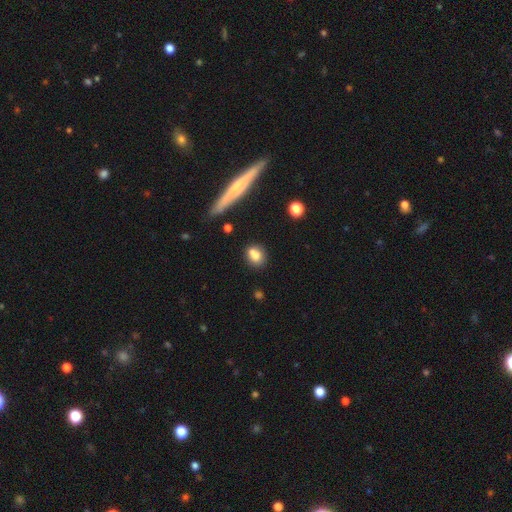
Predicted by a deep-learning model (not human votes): Q: Smooth or featured?
A: smooth (76%); runner-up: featured or disk (13%)
Q: How rounded?
A: round (55%); runner-up: in between (41%)
Q: Merging?
A: none (53%); runner-up: merger (31%)